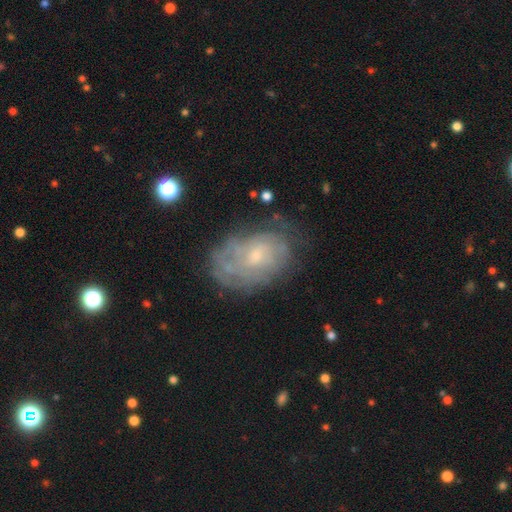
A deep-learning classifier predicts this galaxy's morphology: This is likely a featured or disk galaxy (62%). It is clearly not viewed edge-on (95%). Bar: likely no (70%). Spiral arm pattern: likely yes (70%). Central bulge: possibly small (58%). Merging: likely none (67%).